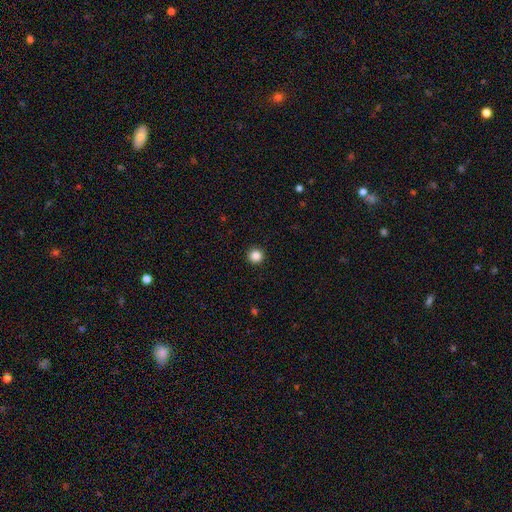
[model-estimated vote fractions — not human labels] Smooth or featured? Predicted: smooth (p=0.86). How rounded? Predicted: round (p=0.96). Merging? Predicted: none (p=0.93).